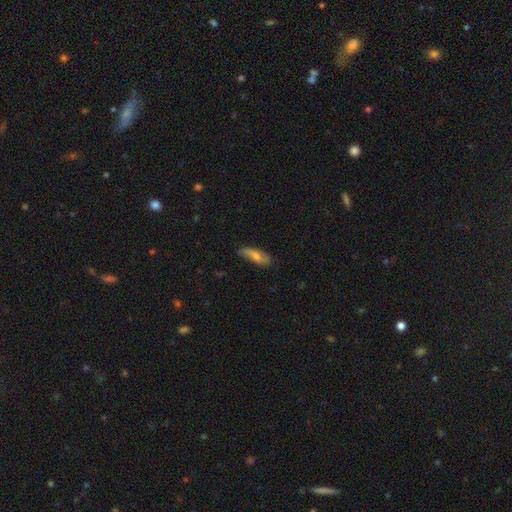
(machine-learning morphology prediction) smooth 58%, featured or disk 34%, star or artifact 8%. Down the decision tree: how rounded — in between (55%); merging — none (68%).